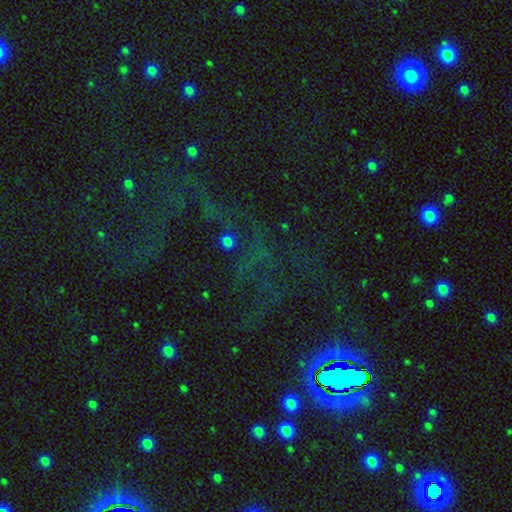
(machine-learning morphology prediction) Overall: star or artifact (73%).